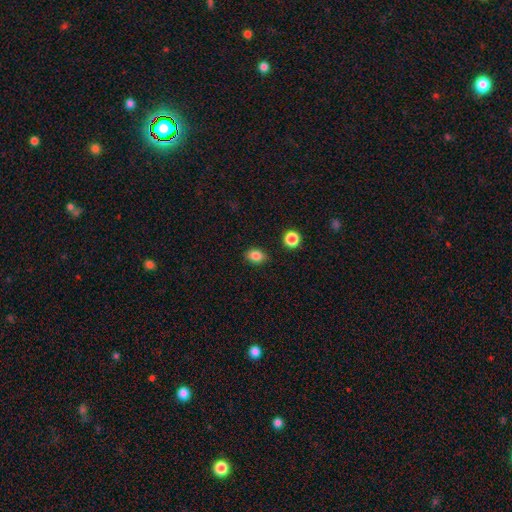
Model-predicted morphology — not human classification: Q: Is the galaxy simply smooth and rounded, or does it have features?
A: smooth — 83%.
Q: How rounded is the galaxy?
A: in between — 74%.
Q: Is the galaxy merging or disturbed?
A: none — 86%.